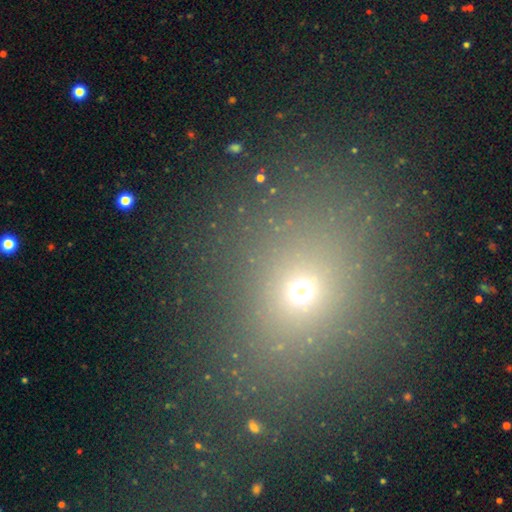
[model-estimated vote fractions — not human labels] A smooth galaxy with no disk features (56%) that is round (62%). Merging: none (77%).